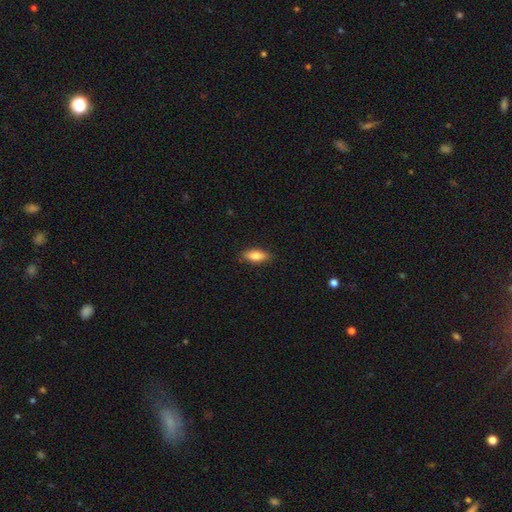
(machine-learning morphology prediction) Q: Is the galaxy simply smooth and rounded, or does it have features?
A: smooth — 79%.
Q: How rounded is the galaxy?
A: in between — 70%.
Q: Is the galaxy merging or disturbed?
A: none — 87%.